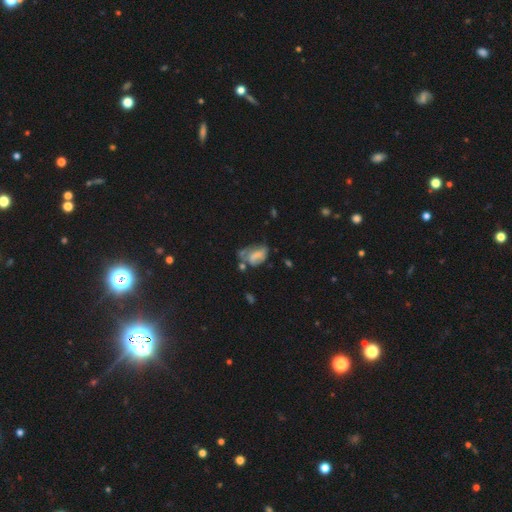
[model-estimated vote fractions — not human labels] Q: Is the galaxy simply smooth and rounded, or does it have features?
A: smooth — 48%.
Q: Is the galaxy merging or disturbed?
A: minor disturbance — 29%.